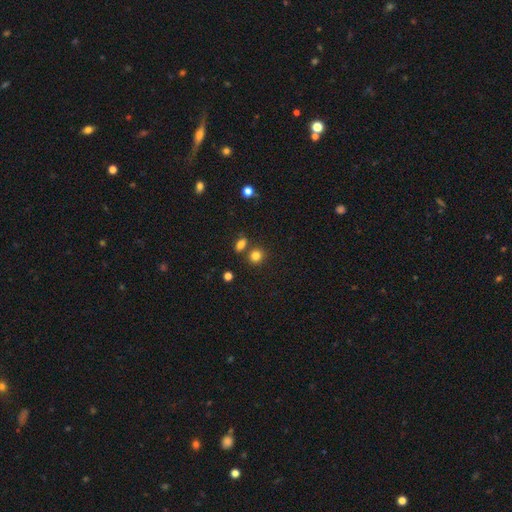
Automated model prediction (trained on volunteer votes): Smooth or featured: smooth — 81% (star or artifact — 12%)
How rounded: round — 75% (in between — 24%)
Merging: none — 73% (merger — 14%)